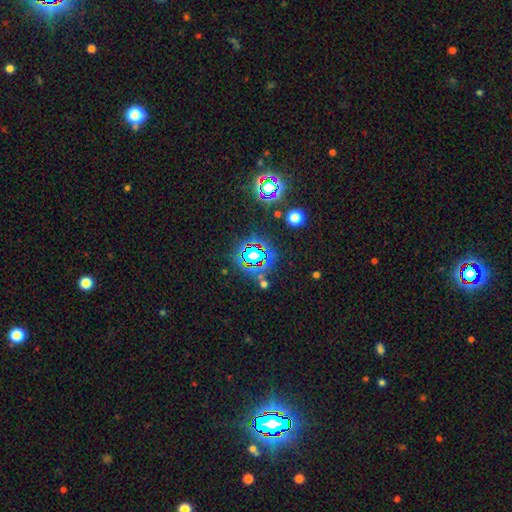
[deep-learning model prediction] Q: Smooth or featured?
A: star or artifact (67%); runner-up: smooth (20%)